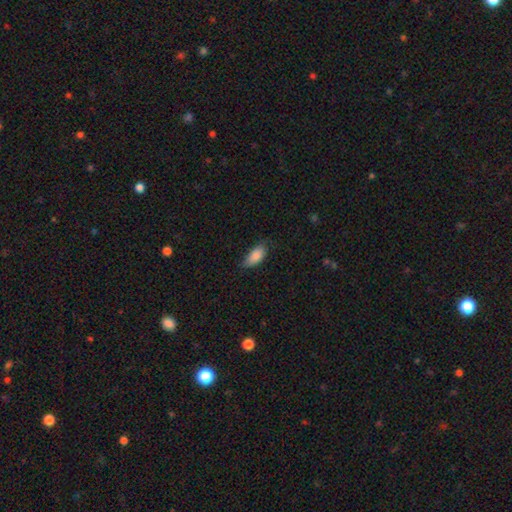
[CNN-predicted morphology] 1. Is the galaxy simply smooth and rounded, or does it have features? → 87% smooth, 7% featured or disk, 7% star or artifact.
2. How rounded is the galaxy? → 87% in between, 10% cigar-shaped, 2% round.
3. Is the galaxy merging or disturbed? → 68% none, 26% minor disturbance, 5% major disturbance, 1% merger.